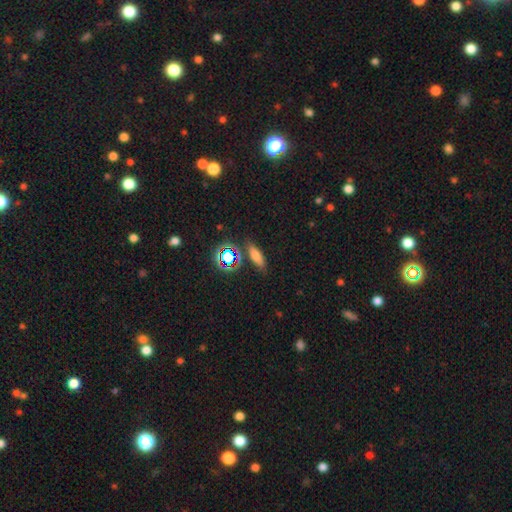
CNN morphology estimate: Smooth or featured?
  - smooth: 64% *
  - star or artifact: 21%
  - featured or disk: 15%
How rounded?
  - in between: 58% *
  - cigar-shaped: 34%
  - round: 8%
Merging?
  - none: 79% *
  - minor disturbance: 12%
  - merger: 5%
  - major disturbance: 4%